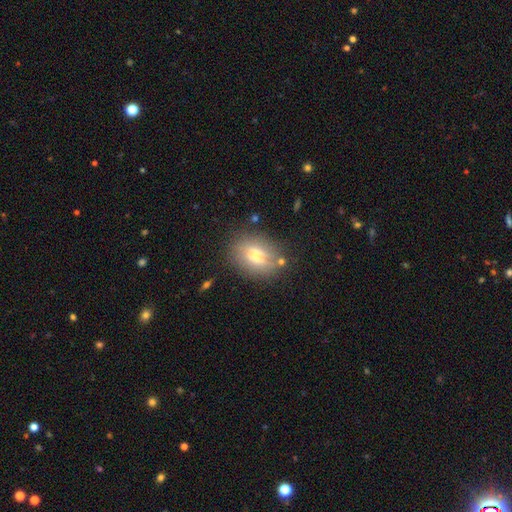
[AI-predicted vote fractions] A smooth galaxy with no disk features (64%) that is in between round and cigar-shaped (65%).

Vote fractions:
- Smooth or featured? smooth: 64% / featured or disk: 25% / star or artifact: 11%
- How rounded? in between: 65% / round: 32% / cigar-shaped: 3%
- Merging? none: 73% / minor disturbance: 17% / merger: 5% / major disturbance: 5%